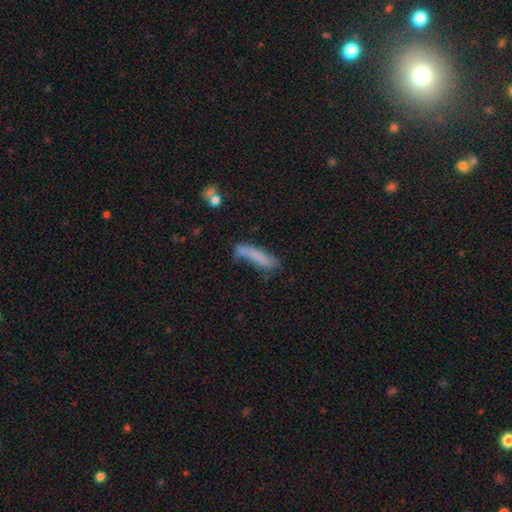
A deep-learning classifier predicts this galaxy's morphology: The model was most divided on "merging": none: 50%, minor disturbance: 28%, major disturbance: 13%, merger: 10%. More confident: how rounded — cigar-shaped (80%); smooth or featured — smooth (73%).